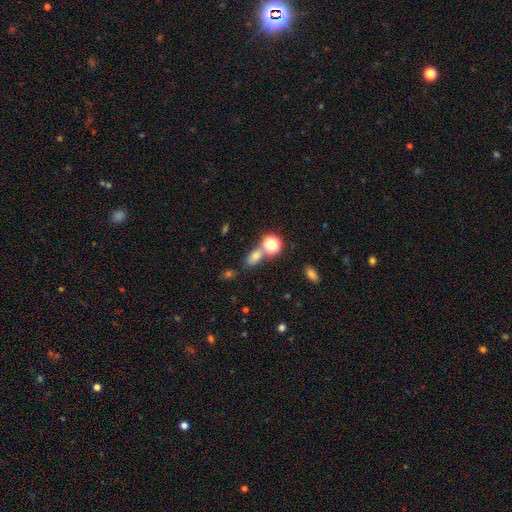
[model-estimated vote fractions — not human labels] Smooth or featured? smooth (67%)
How rounded? in between (70%)
Merging? none (60%)